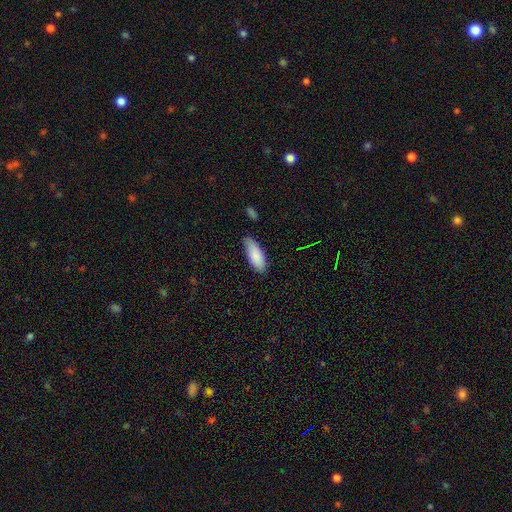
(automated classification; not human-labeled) Morphology: type=smooth (87%); roundness=in between (77%); merging=none (73%).